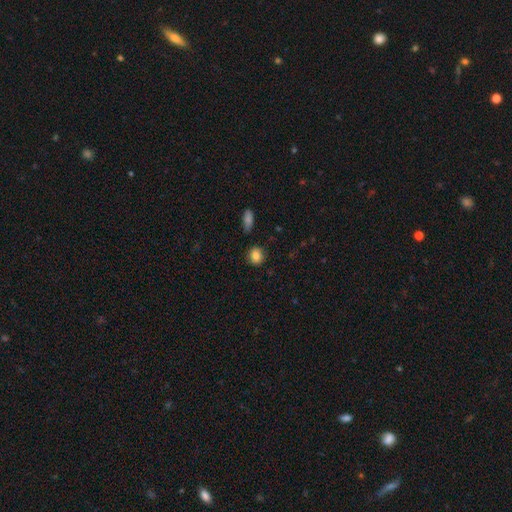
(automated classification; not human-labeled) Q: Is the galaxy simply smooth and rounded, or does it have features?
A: smooth — 85%.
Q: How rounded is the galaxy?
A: round — 72%.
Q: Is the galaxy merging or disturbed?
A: none — 86%.